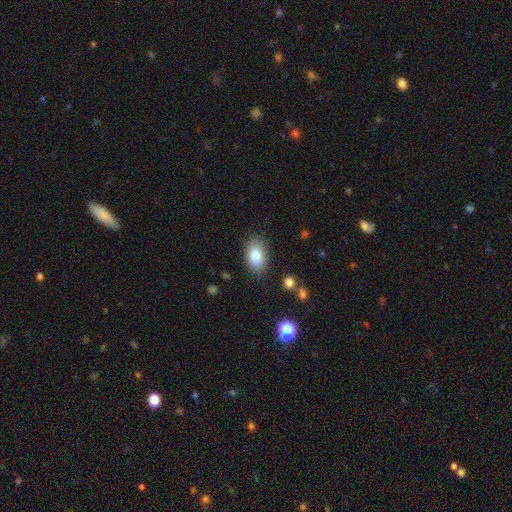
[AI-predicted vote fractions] Smooth or featured? smooth (80%)
How rounded? in between (90%)
Merging? none (85%)